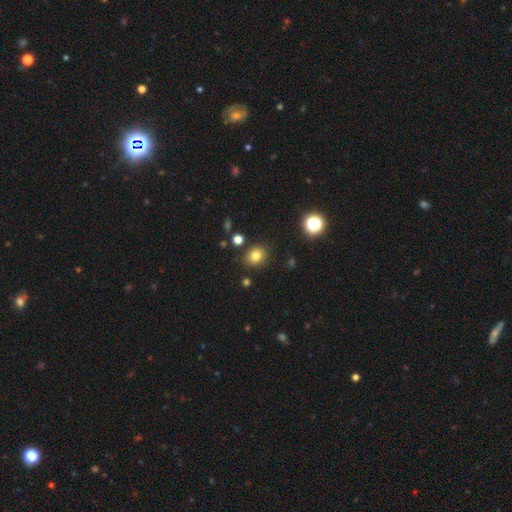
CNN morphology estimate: Smooth or featured? smooth (79%)
How rounded? round (64%)
Merging? none (86%)